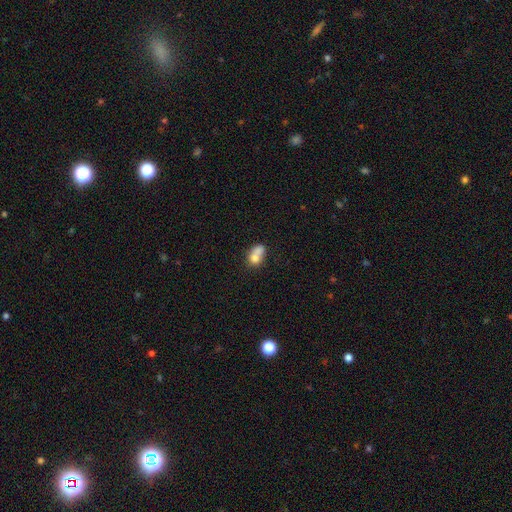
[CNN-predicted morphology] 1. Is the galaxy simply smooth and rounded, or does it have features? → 70% smooth, 20% featured or disk, 9% star or artifact.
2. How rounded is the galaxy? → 56% in between, 42% round, 2% cigar-shaped.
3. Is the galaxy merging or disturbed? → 60% merger, 24% none, 11% minor disturbance, 6% major disturbance.